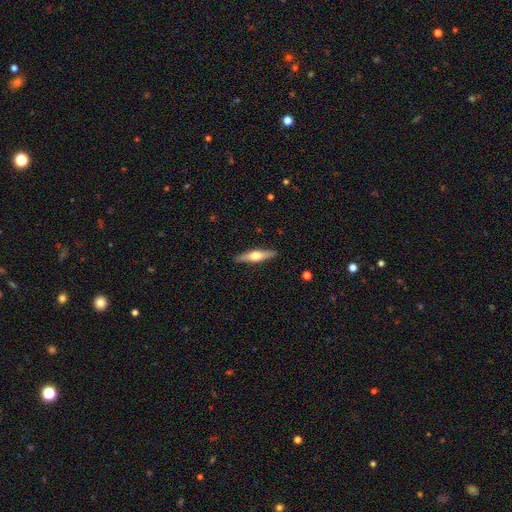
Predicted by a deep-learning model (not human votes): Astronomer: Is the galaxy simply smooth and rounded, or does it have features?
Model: featured or disk — 55% (runner-up: smooth, 40%).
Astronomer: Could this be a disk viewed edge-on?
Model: yes — 94%.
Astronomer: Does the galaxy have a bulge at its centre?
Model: rounded — 94%.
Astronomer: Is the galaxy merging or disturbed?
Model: none — 91%.